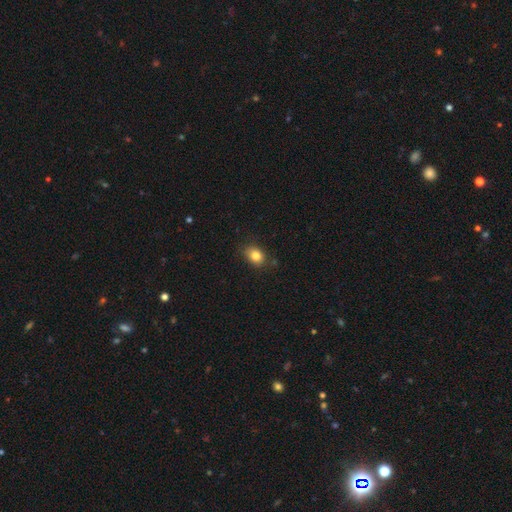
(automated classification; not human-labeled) Smooth or featured? Predicted: smooth (p=0.83). How rounded? Predicted: in between (p=0.66). Merging? Predicted: none (p=0.81).